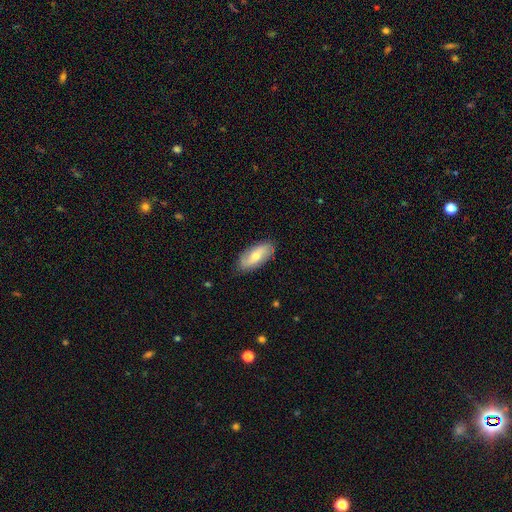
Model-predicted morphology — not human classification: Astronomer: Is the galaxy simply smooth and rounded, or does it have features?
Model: smooth — 50% (runner-up: featured or disk, 44%).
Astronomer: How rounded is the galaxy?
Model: in between — 84%.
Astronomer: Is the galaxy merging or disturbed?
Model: none — 85%.